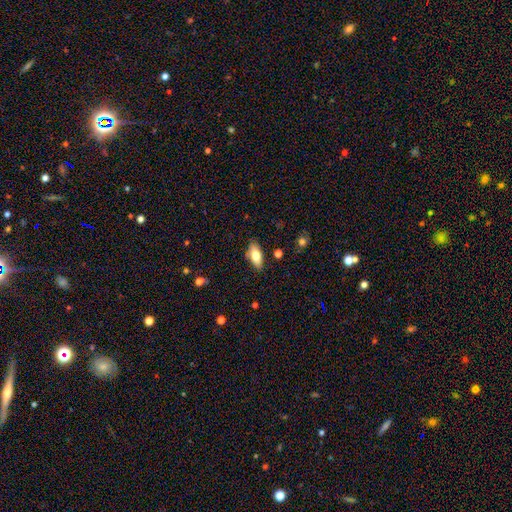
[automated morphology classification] smooth-or-featured: smooth: 72% | featured or disk: 21% | star or artifact: 7%
  how-rounded: in between: 83% | cigar-shaped: 14% | round: 3%
  merging: none: 83% | minor disturbance: 13% | major disturbance: 2% | merger: 2%